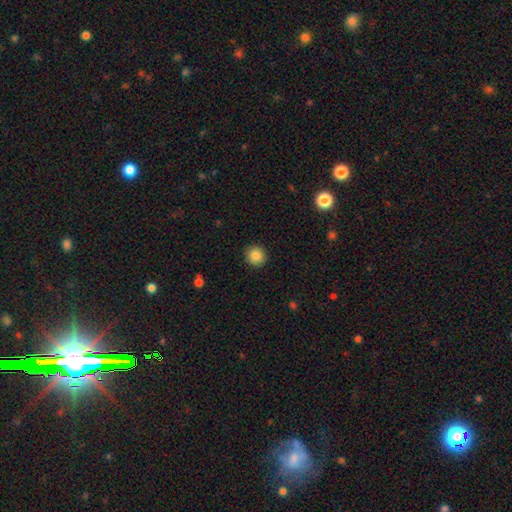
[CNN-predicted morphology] A smooth galaxy with no disk features (87%) that is round (94%).

Vote fractions:
- Smooth or featured? smooth: 87% / star or artifact: 9% / featured or disk: 4%
- How rounded? round: 94% / in between: 5% / cigar-shaped: 1%
- Merging? none: 92% / minor disturbance: 6% / major disturbance: 2% / merger: 1%